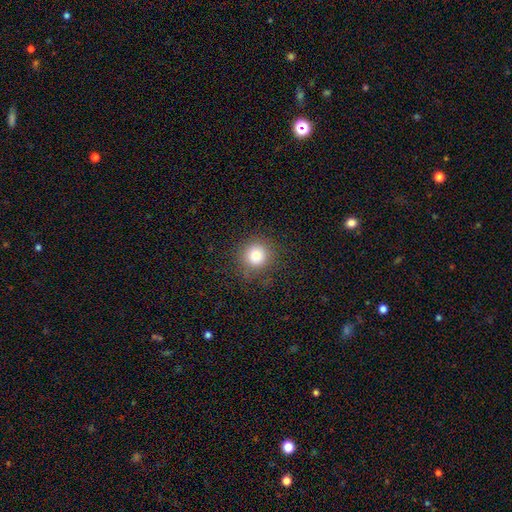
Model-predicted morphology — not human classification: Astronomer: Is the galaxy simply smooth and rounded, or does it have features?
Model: smooth — 81%.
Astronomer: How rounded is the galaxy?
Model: round — 92%.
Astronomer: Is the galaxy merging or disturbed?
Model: none — 84%.